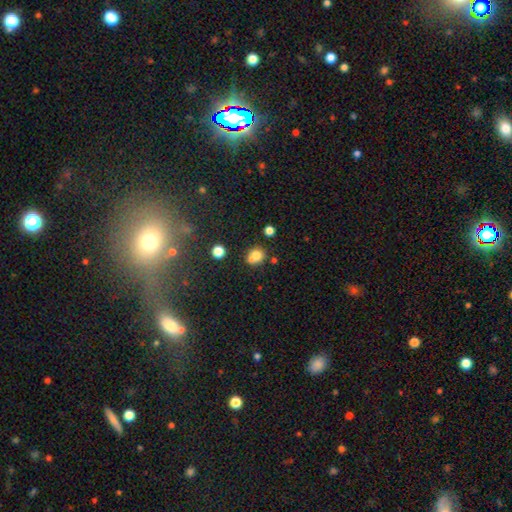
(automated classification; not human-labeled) Smooth or featured? Predicted: smooth (p=0.75). How rounded? Predicted: round (p=0.76). Merging? Predicted: none (p=0.47).